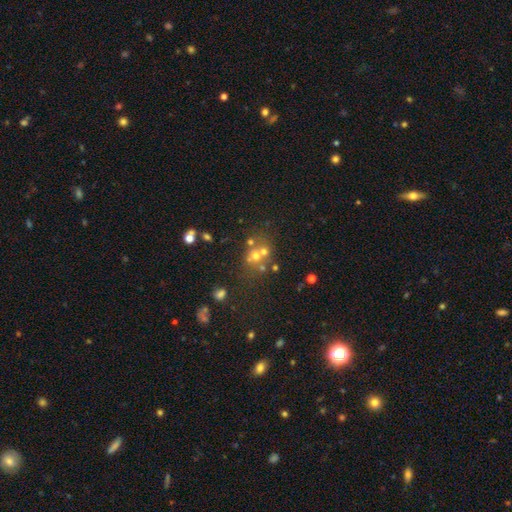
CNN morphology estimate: smooth 51%, featured or disk 25%, star or artifact 24%. Down the decision tree: how rounded — round (77%); merging — none (45%).